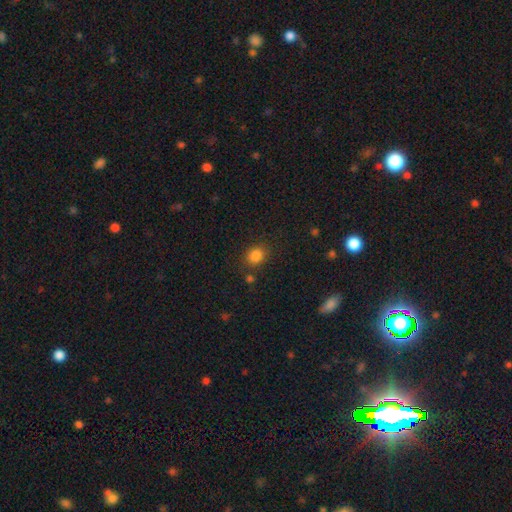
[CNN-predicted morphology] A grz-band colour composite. It shows a smooth galaxy with no disk features (83%) that is round (64%). Merging: none (80%).